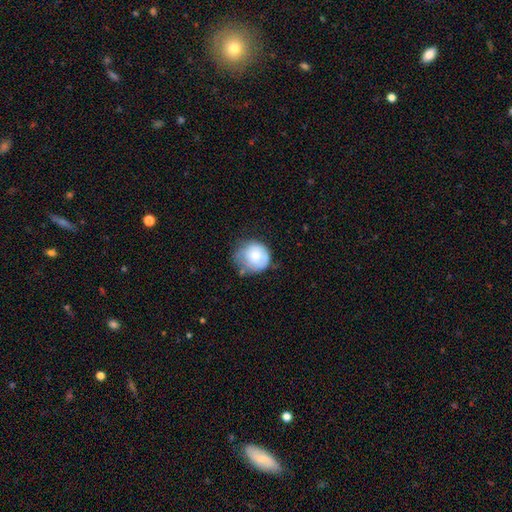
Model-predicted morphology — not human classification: Smooth or featured? Predicted: smooth (p=0.69). How rounded? Predicted: round (p=0.82). Merging? Predicted: none (p=0.47).